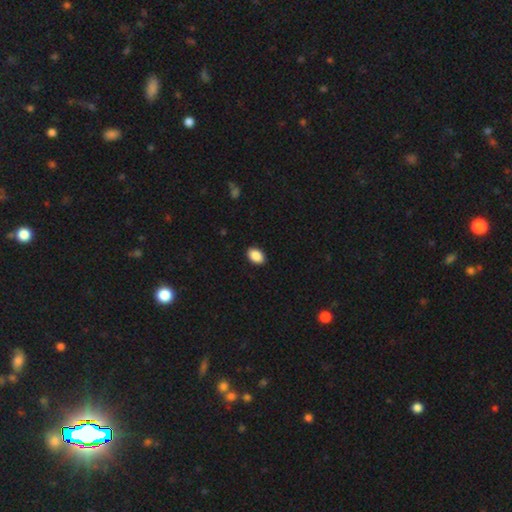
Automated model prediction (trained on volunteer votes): Q: Smooth or featured?
A: smooth (90%); runner-up: star or artifact (7%)
Q: How rounded?
A: in between (88%); runner-up: round (11%)
Q: Merging?
A: none (90%); runner-up: minor disturbance (7%)